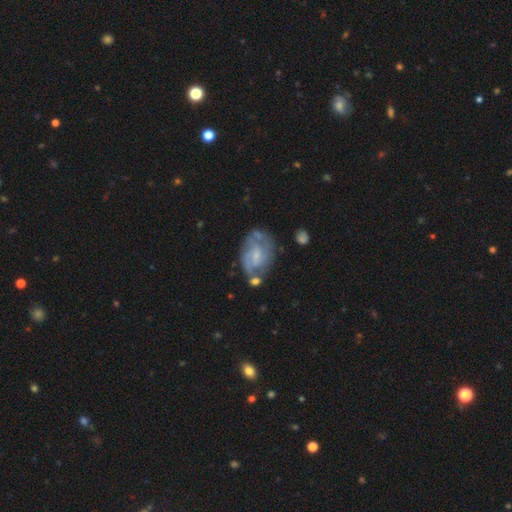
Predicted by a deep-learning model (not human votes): Smooth or featured: featured or disk — 68% (smooth — 25%)
Edge-on disk: no — 97% (yes — 3%)
Bar: no — 51% (weak — 42%)
Spiral arms: yes — 76% (no — 24%)
Spiral winding: tight — 44% (medium — 40%)
Spiral arm count: 2 — 44% (can't tell — 36%)
Bulge size: small — 51% (moderate — 25%)
Merging: none — 51% (minor disturbance — 25%)